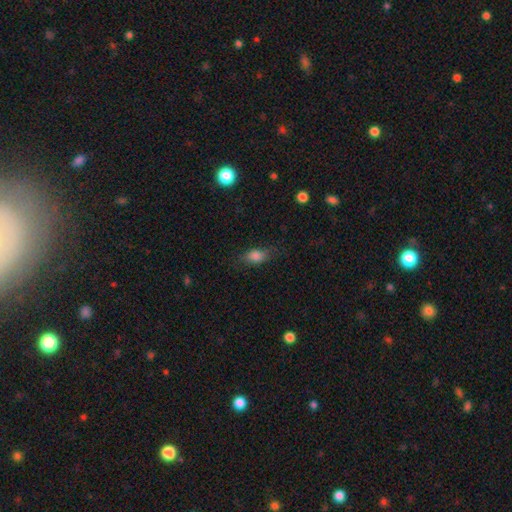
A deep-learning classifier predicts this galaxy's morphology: Smooth or featured?
  - smooth: 81% *
  - star or artifact: 10%
  - featured or disk: 9%
How rounded?
  - in between: 82% *
  - round: 11%
  - cigar-shaped: 8%
Merging?
  - none: 73% *
  - minor disturbance: 19%
  - major disturbance: 7%
  - merger: 1%